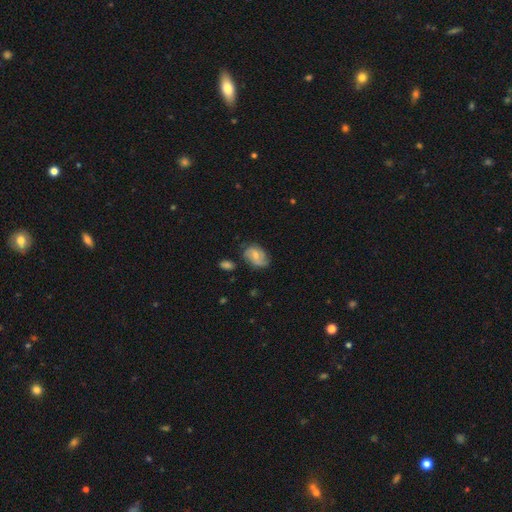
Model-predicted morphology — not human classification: Overall: featured or disk (47%; smooth 45%). Merging: none (65%; minor disturbance 25%).